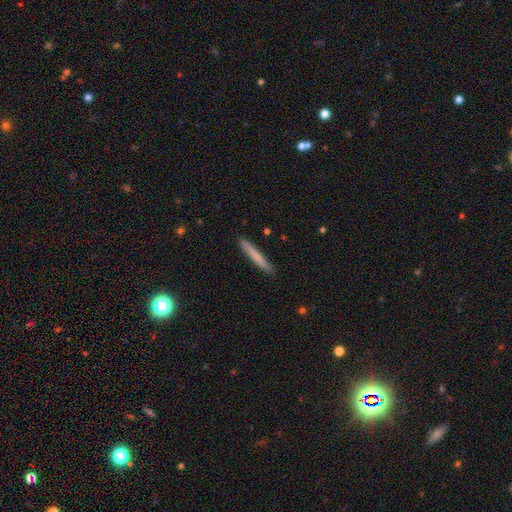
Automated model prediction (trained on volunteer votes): Smooth or featured? smooth (70%)
How rounded? cigar-shaped (96%)
Merging? none (90%)